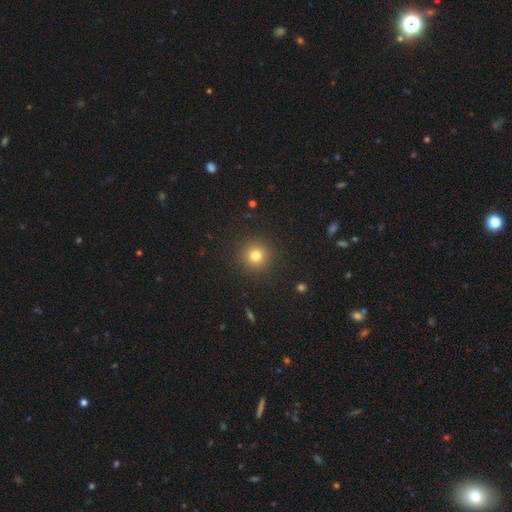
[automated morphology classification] This is likely a smooth galaxy (78%). How rounded: clearly round (95%). Merging: clearly none (92%).